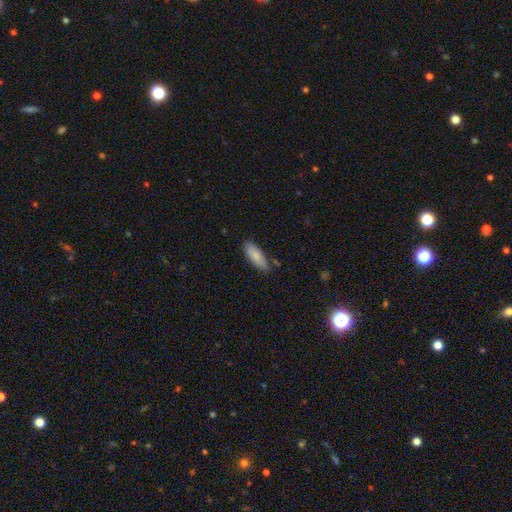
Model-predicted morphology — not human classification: type=smooth (83%); roundness=in between (68%); merging=none (74%).